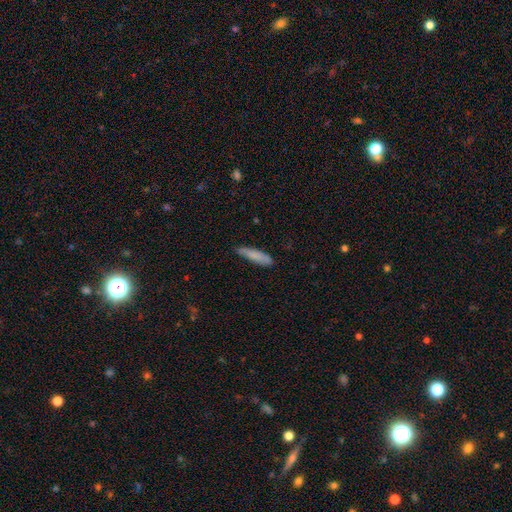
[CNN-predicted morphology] smooth_or_featured: smooth (p=0.81) [alt: featured or disk p=0.13]
how_rounded: cigar-shaped (p=0.80) [alt: in between p=0.19]
merging: none (p=0.73) [alt: minor disturbance p=0.21]